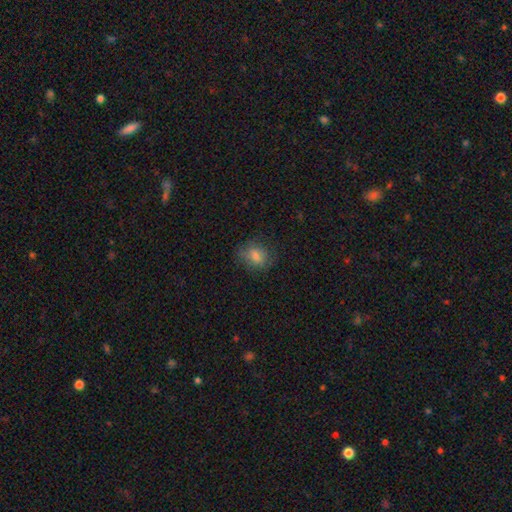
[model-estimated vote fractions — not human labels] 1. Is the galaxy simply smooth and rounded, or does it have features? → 73% smooth, 15% featured or disk, 12% star or artifact.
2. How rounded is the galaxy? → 58% in between, 40% round, 2% cigar-shaped.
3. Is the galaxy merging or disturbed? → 73% none, 19% minor disturbance, 7% major disturbance, 1% merger.